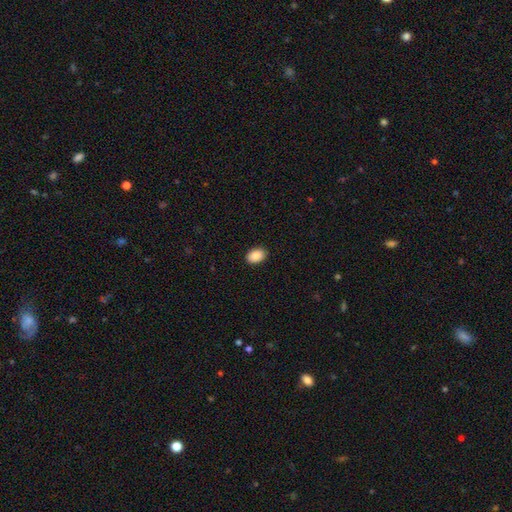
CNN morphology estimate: Smooth or featured?
  - smooth: 87% *
  - star or artifact: 7%
  - featured or disk: 5%
How rounded?
  - in between: 83% *
  - round: 16%
  - cigar-shaped: 1%
Merging?
  - none: 90% *
  - minor disturbance: 7%
  - major disturbance: 2%
  - merger: 1%